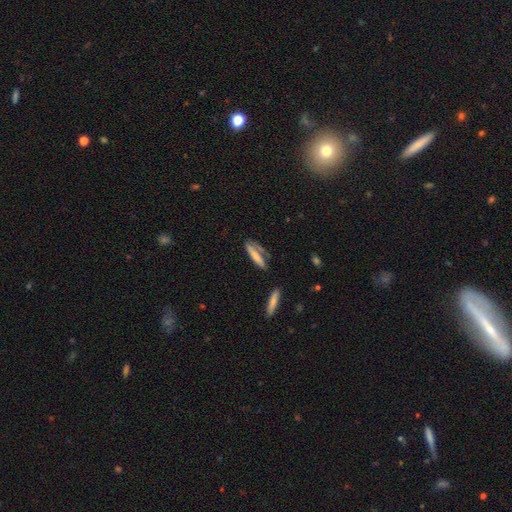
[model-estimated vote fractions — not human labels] Smooth or featured? smooth (67%)
How rounded? cigar-shaped (72%)
Merging? none (53%)